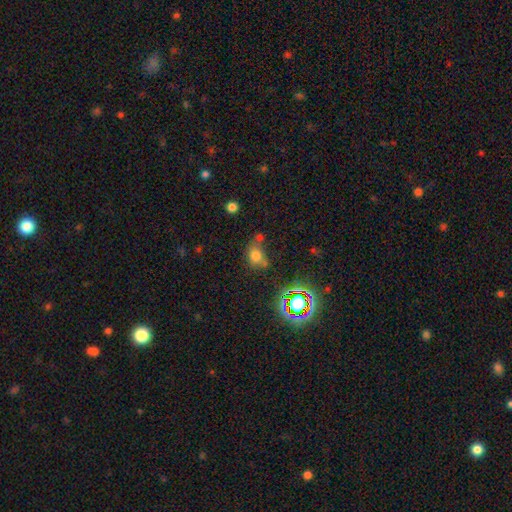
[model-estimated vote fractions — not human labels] smooth_or_featured: smooth (p=0.67) [alt: star or artifact p=0.23]
how_rounded: round (p=0.58) [alt: in between p=0.40]
merging: none (p=0.49) [alt: merger p=0.22]